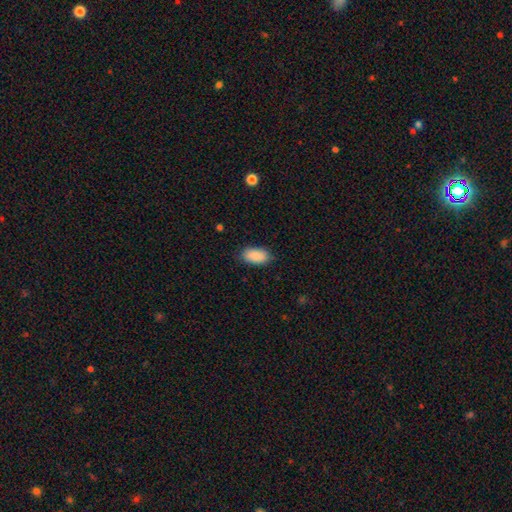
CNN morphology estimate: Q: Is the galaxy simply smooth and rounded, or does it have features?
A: smooth — 90%.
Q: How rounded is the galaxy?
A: in between — 94%.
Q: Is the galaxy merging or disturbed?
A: none — 84%.